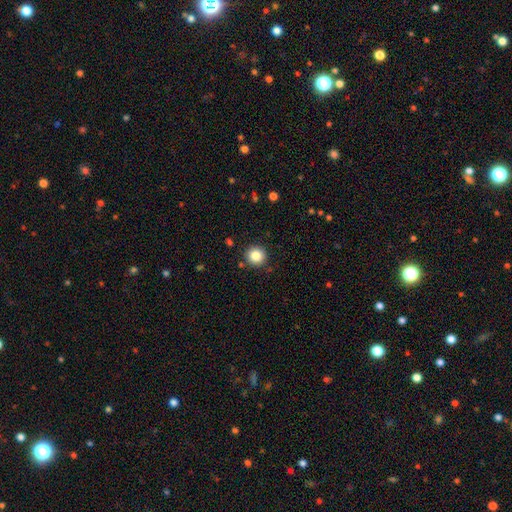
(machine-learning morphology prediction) The model was most divided on "smooth or featured": smooth: 85%, star or artifact: 10%, featured or disk: 5%. More confident: how rounded — round (94%); merging — none (89%).